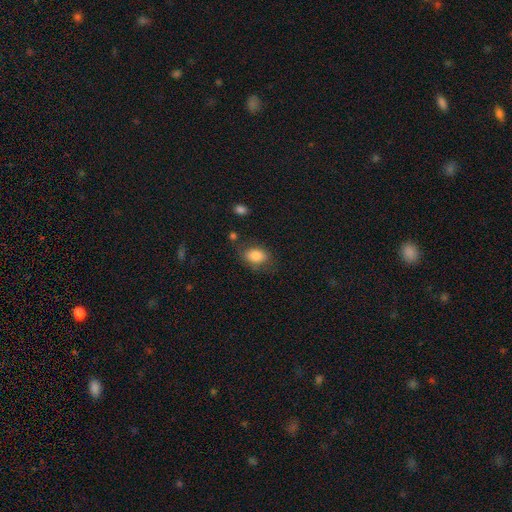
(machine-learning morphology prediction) smooth_or_featured: smooth (p=0.84) [alt: star or artifact p=0.08]
how_rounded: in between (p=0.78) [alt: round p=0.21]
merging: none (p=0.66) [alt: minor disturbance p=0.22]